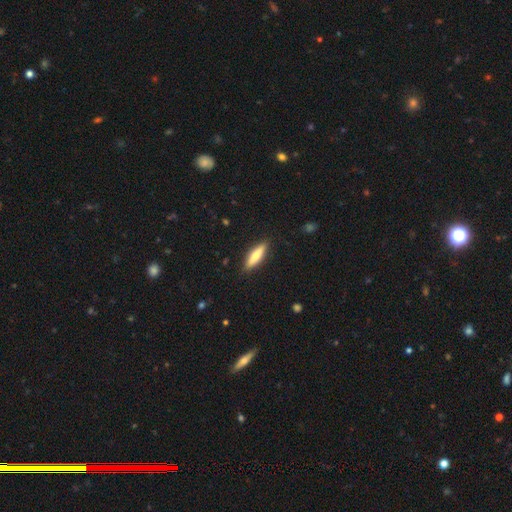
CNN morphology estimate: Overall: smooth (68%). How rounded: cigar-shaped (72%). Merging: none (89%).